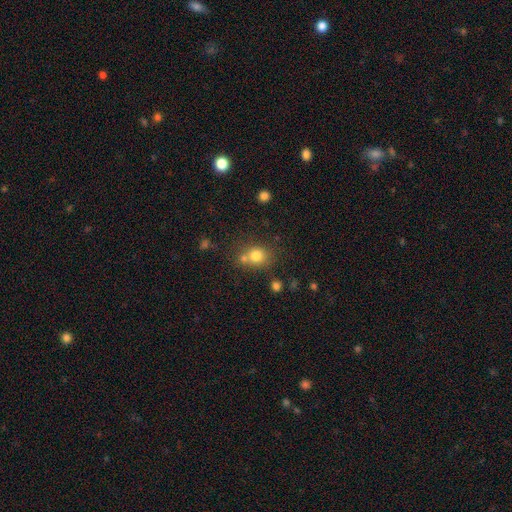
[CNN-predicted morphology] type=smooth (77%); roundness=round (75%); merging=none (57%).